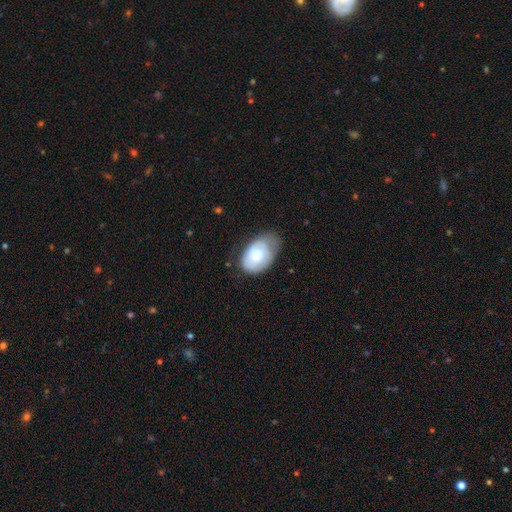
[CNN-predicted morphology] The model was most divided on "merging": minor disturbance: 42%, none: 40%, major disturbance: 16%, merger: 2%. More confident: how rounded — in between (82%); smooth or featured — smooth (59%).